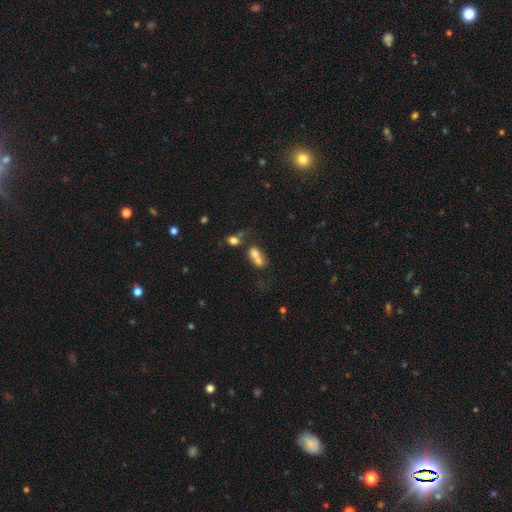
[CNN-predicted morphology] Overall: smooth (67%). How rounded: in between (63%; round 33%). Merging: merger (67%).